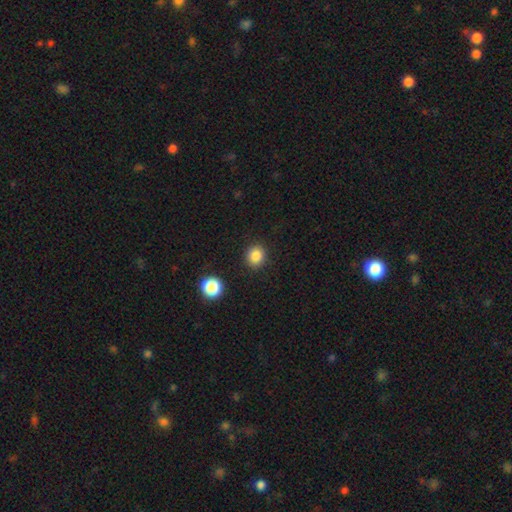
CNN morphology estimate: Smooth or featured? smooth (85%)
How rounded? round (81%)
Merging? none (89%)